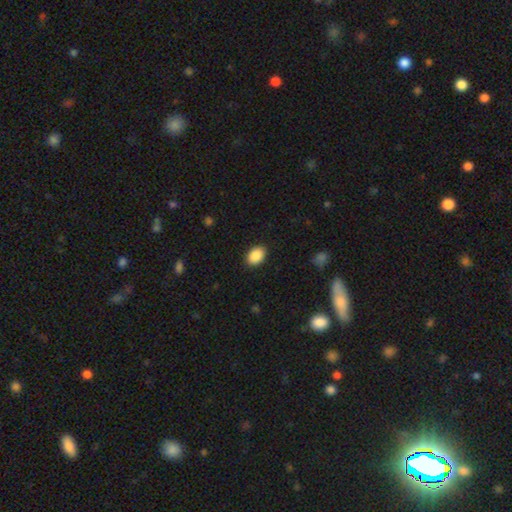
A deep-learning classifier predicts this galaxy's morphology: A smooth galaxy with no disk features (90%) that is in between round and cigar-shaped (80%). Merging: none (89%).